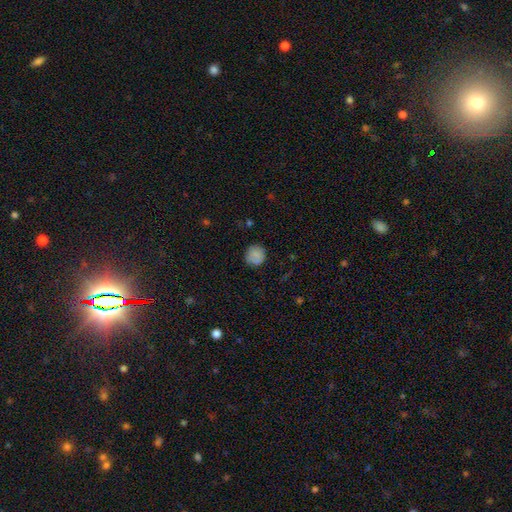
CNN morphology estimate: Q: Smooth or featured?
A: smooth (81%); runner-up: featured or disk (10%)
Q: How rounded?
A: round (90%); runner-up: in between (9%)
Q: Merging?
A: none (80%); runner-up: minor disturbance (15%)